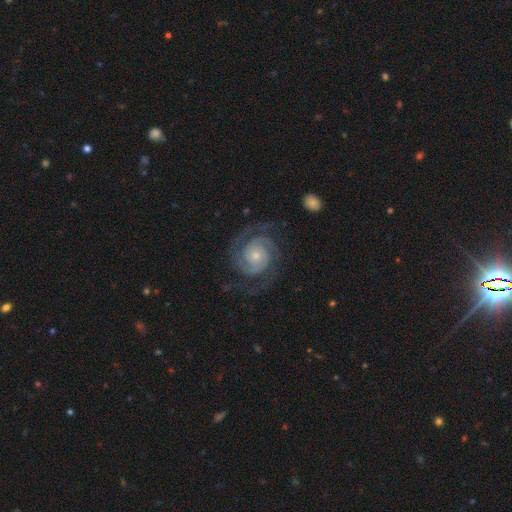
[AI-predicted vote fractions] Smooth or featured? featured or disk (92%)
Edge-on disk? no (98%)
Bar? no (75%)
Spiral arms? yes (98%)
Spiral winding? tight (65%)
Spiral arm count? 2 (85%)
Bulge size? small (65%)
Merging? none (79%)